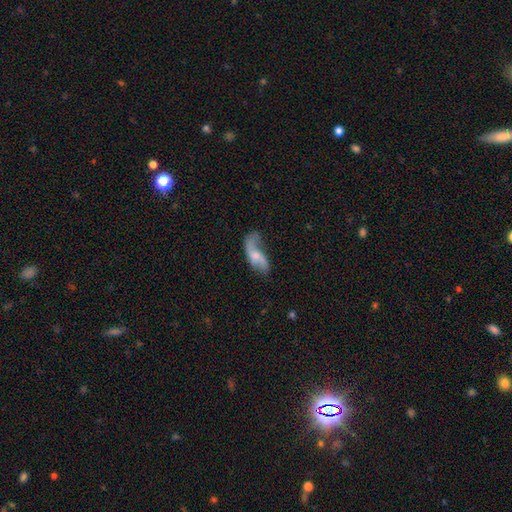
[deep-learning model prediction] Q: Smooth or featured?
A: featured or disk (64%); runner-up: smooth (29%)
Q: Edge-on disk?
A: no (94%); runner-up: yes (6%)
Q: Bar?
A: no (57%); runner-up: weak (35%)
Q: Spiral arms?
A: yes (87%); runner-up: no (13%)
Q: Spiral winding?
A: loose (83%); runner-up: medium (13%)
Q: Spiral arm count?
A: 2 (80%); runner-up: 1 (13%)
Q: Bulge size?
A: small (42%); runner-up: moderate (30%)
Q: Merging?
A: none (42%); runner-up: major disturbance (27%)